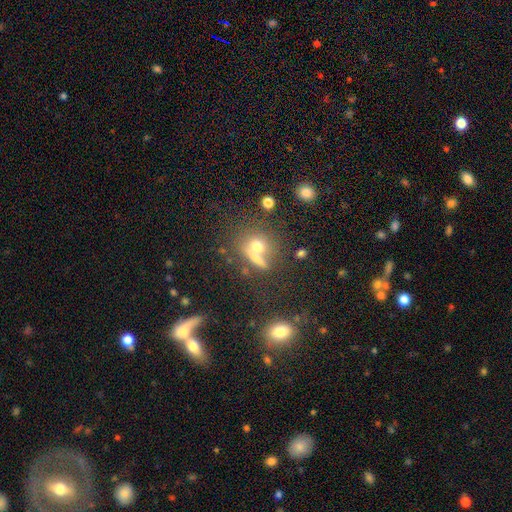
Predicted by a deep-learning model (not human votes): smooth 57%, star or artifact 22%, featured or disk 21%. Down the decision tree: how rounded — round (71%); merging — none (43%).